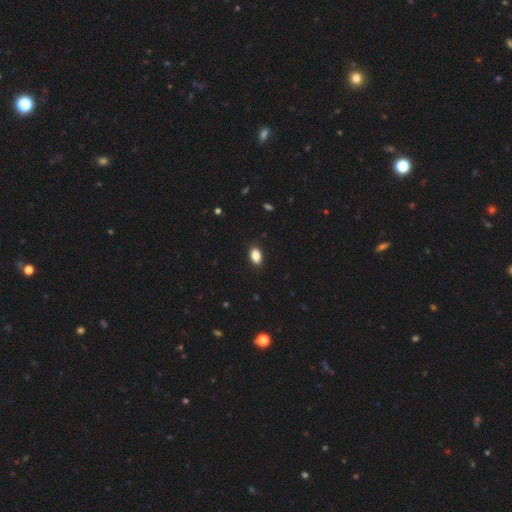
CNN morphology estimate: This appears to be a smooth galaxy with no disk features (88%) that is in between round and cigar-shaped (90%). Merging: none (88%).